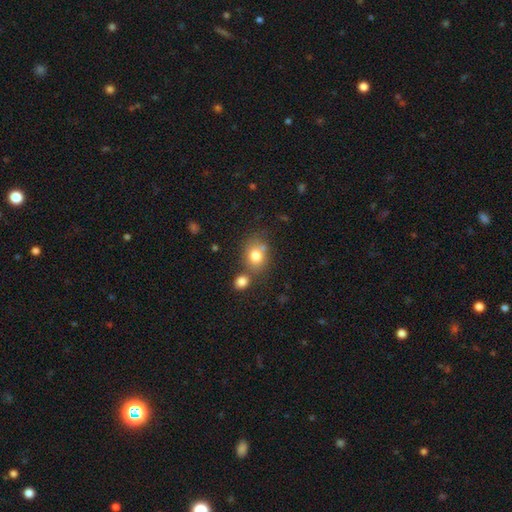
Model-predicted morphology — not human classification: Overall: smooth (78%). How rounded: round (53%; in between 46%). Merging: none (57%; merger 25%).